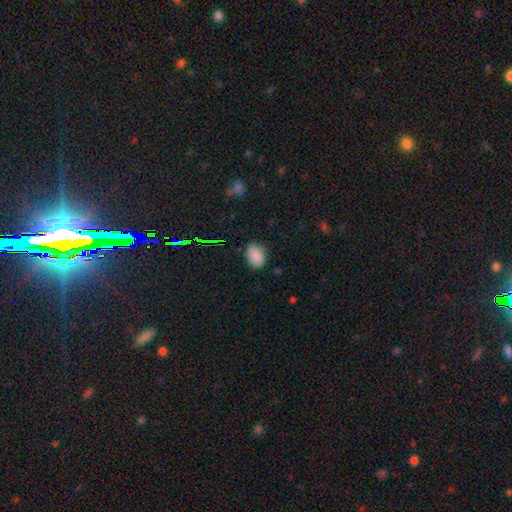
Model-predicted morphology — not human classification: smooth 86%, star or artifact 10%, featured or disk 4%. Down the decision tree: how rounded — in between (83%); merging — none (81%).